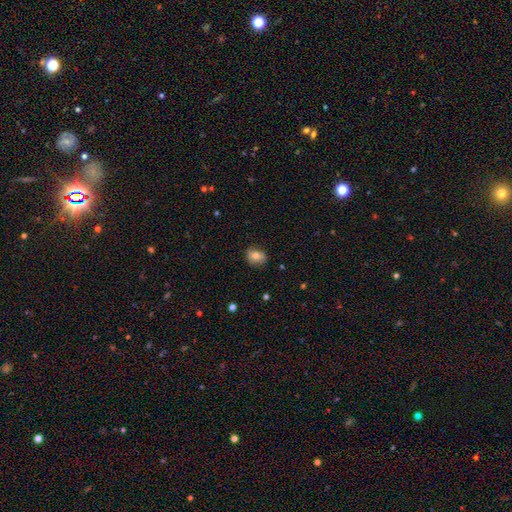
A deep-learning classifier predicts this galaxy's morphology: Smooth or featured: smooth — 75% (featured or disk — 16%)
How rounded: in between — 59% (round — 40%)
Merging: none — 79% (minor disturbance — 17%)